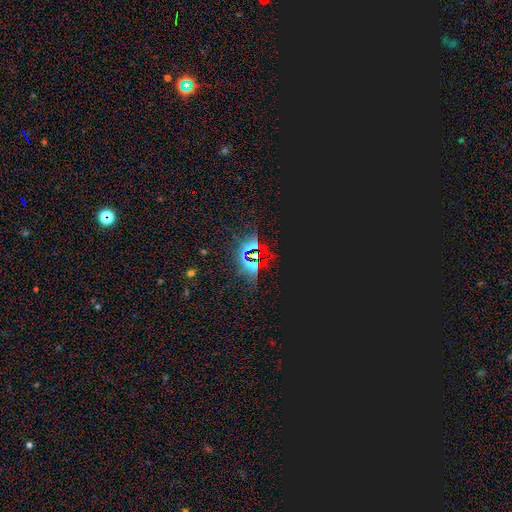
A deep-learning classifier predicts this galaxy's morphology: Q: Smooth or featured?
A: star or artifact (84%); runner-up: smooth (8%)